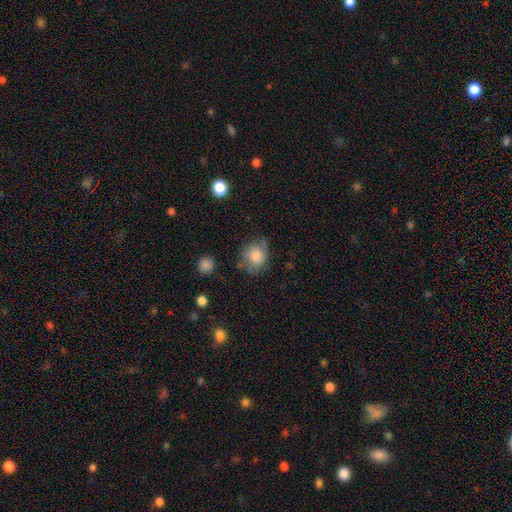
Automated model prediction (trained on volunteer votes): A smooth galaxy with no disk features (77%) that is round (68%). Merging: none (59%).